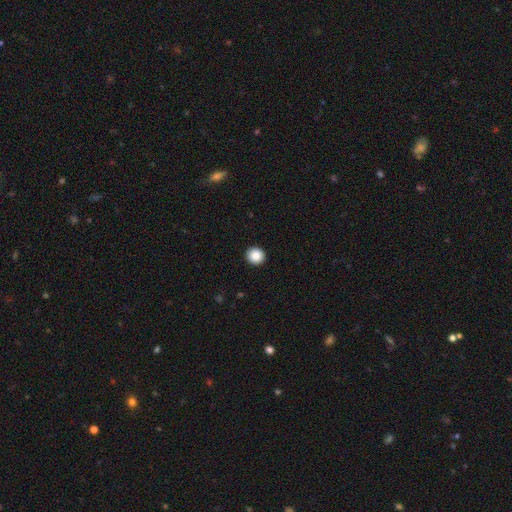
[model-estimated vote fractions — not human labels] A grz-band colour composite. It shows a smooth galaxy with no disk features (88%) that is round (94%). Merging: none (93%).